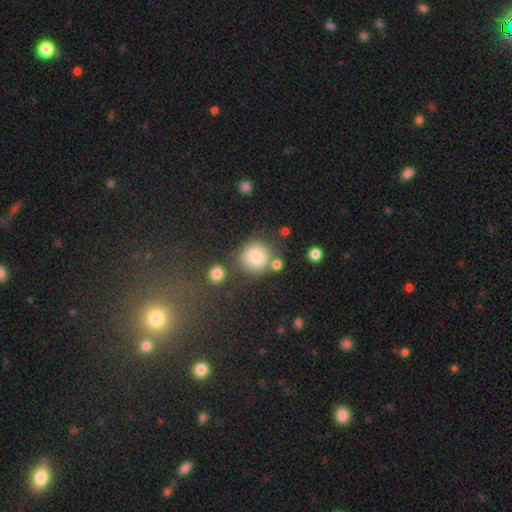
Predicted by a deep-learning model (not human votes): Smooth or featured? Predicted: smooth (p=0.78). How rounded? Predicted: round (p=0.91). Merging? Predicted: none (p=0.76).